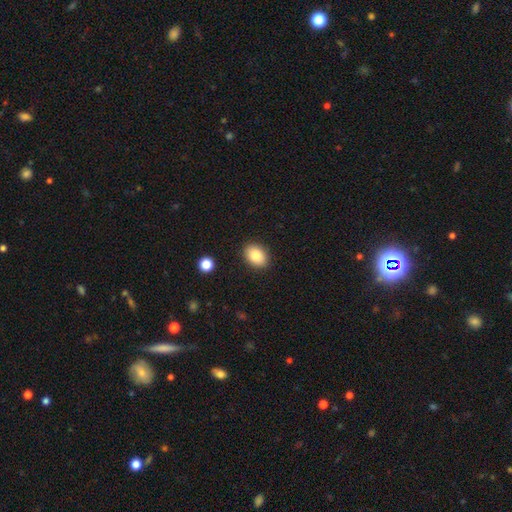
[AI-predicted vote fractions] Smooth or featured?
  - smooth: 85% *
  - star or artifact: 8%
  - featured or disk: 7%
How rounded?
  - in between: 76% *
  - round: 23%
  - cigar-shaped: 1%
Merging?
  - none: 89% *
  - minor disturbance: 8%
  - major disturbance: 2%
  - merger: 1%